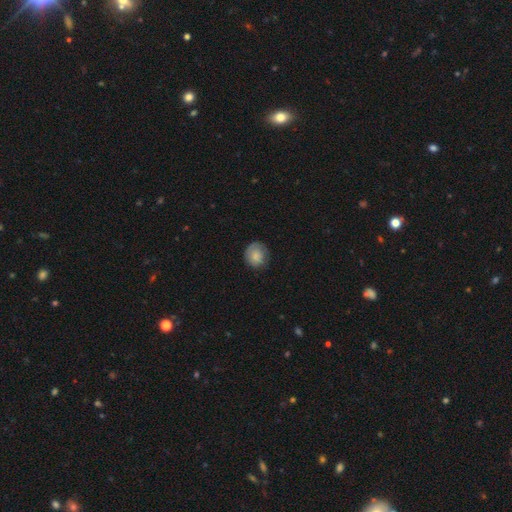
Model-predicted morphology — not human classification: A smooth galaxy with no disk features (80%) that is round (84%). Merging: none (74%).